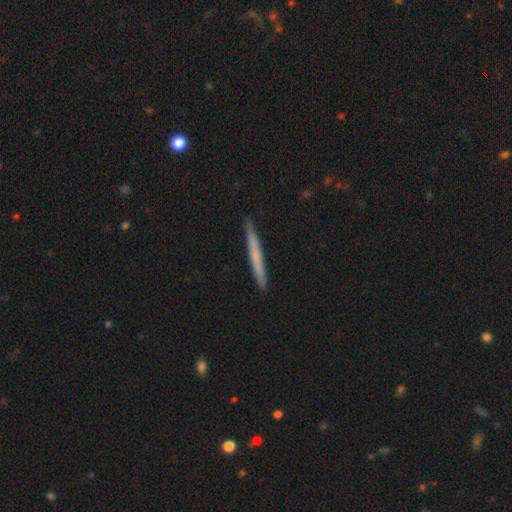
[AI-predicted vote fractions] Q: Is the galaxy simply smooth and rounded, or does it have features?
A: smooth — 56%.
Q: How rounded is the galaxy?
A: cigar-shaped — 97%.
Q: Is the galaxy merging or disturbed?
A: none — 91%.